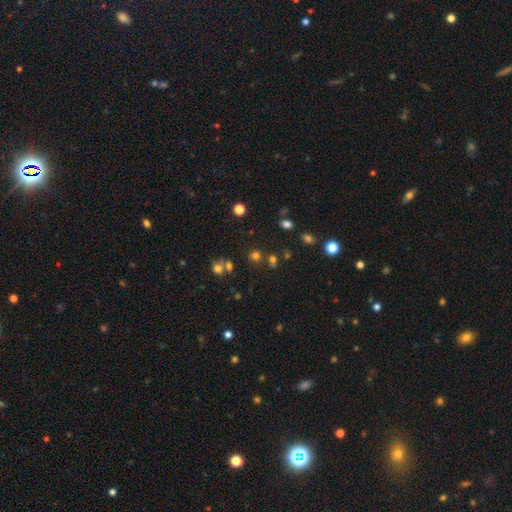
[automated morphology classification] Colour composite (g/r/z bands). It shows a smooth galaxy with no disk features (62%) that is round (86%). Merging: none (70%).